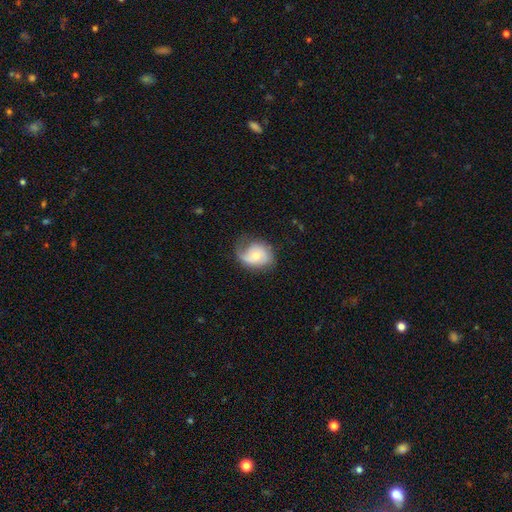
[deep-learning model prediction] Overall: featured or disk (59%; smooth 34%). Edge-on disk: no (97%). Bar: no (73%). Spiral arms: yes (83%). Bulge size: moderate (58%; small 36%). Merging: none (50%; minor disturbance 29%).